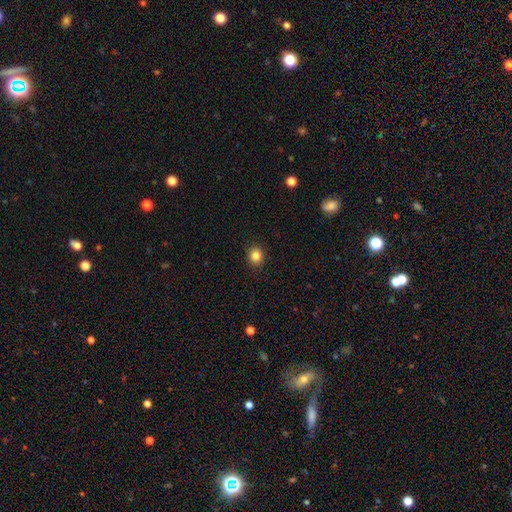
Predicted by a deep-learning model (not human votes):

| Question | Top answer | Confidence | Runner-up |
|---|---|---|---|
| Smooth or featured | smooth | 85% | star or artifact (11%) |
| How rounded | round | 76% | in between (23%) |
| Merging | none | 91% | minor disturbance (6%) |